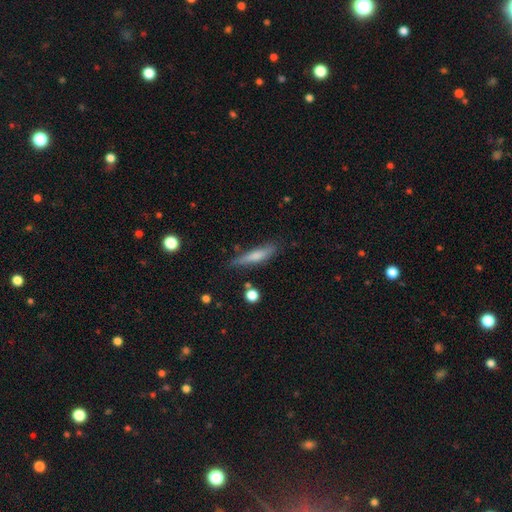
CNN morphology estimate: Smooth or featured?
  - smooth: 68% *
  - featured or disk: 25%
  - star or artifact: 7%
How rounded?
  - cigar-shaped: 84% *
  - in between: 14%
  - round: 2%
Merging?
  - none: 74% *
  - minor disturbance: 19%
  - major disturbance: 4%
  - merger: 3%